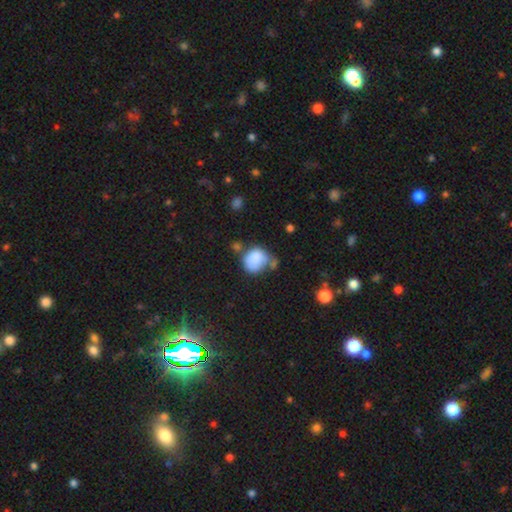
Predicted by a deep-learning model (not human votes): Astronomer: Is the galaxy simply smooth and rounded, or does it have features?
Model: smooth — 80%.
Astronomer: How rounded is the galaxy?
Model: round — 56% (runner-up: in between, 43%).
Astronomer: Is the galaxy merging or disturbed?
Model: none — 34% (runner-up: minor disturbance, 27%).